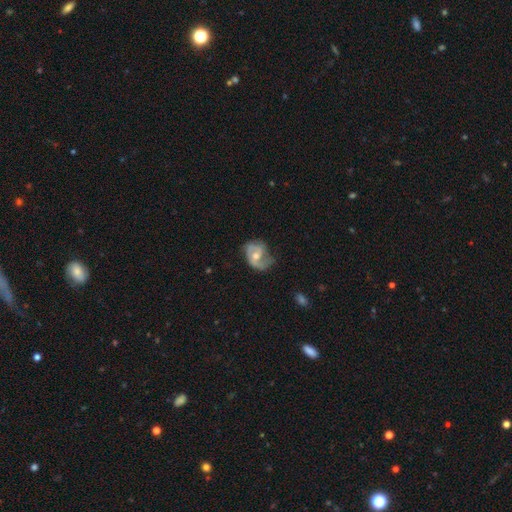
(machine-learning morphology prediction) Overall: featured or disk (72%). Edge-on disk: no (97%). Bar: no (53%; weak 36%). Spiral arms: yes (86%). Spiral arm count: 2 (64%). Spiral winding: medium (43%; loose 31%). Bulge size: moderate (65%; small 28%). Merging: none (48%; minor disturbance 30%).